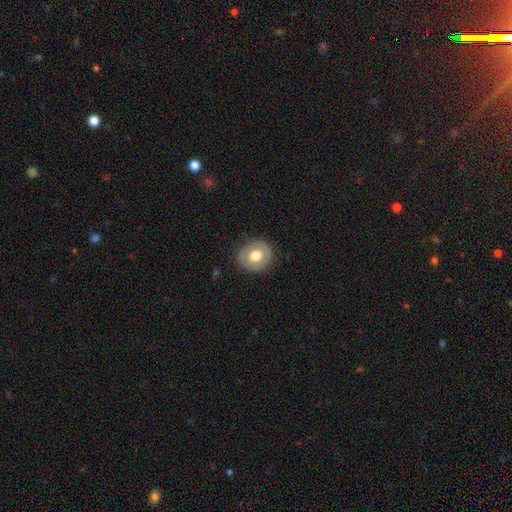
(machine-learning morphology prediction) Overall: smooth (61%; featured or disk 33%). How rounded: round (80%). Merging: none (84%).